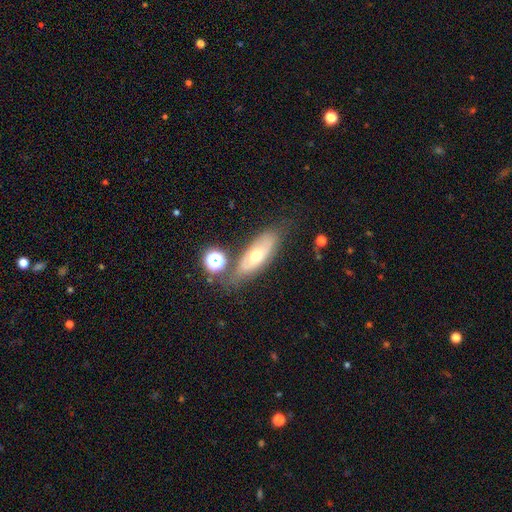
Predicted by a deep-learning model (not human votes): Smooth or featured? Predicted: smooth (p=0.47). Merging? Predicted: none (p=0.68).